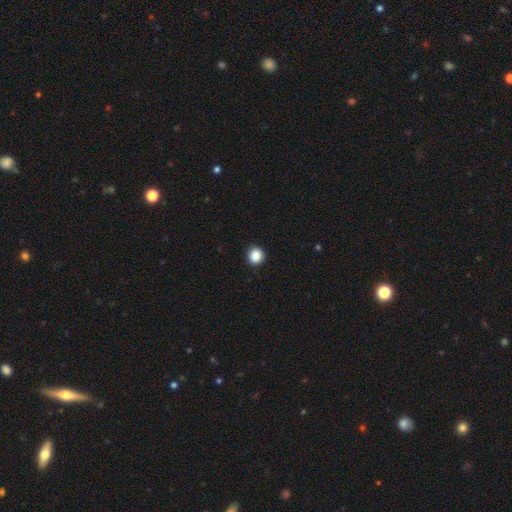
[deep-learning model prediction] Smooth or featured? smooth (88%)
How rounded? round (86%)
Merging? none (92%)